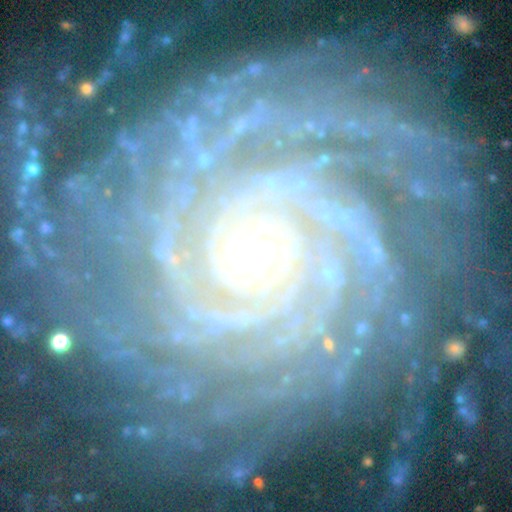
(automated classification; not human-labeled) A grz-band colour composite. It shows a featured or disk galaxy (91%) with no bar (74%), more than 4 (32%) tight (85%) spiral arms (99%) and a small central bulge (83%). Merging: none (73%).